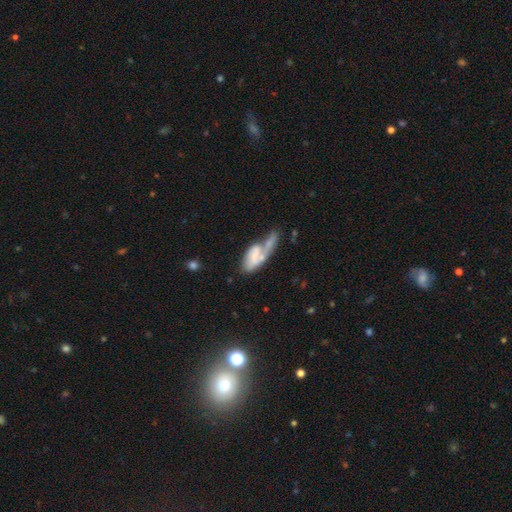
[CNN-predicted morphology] smooth_or_featured: smooth (p=0.47) [alt: featured or disk p=0.46]
merging: merger (p=0.32) [alt: major disturbance p=0.31]